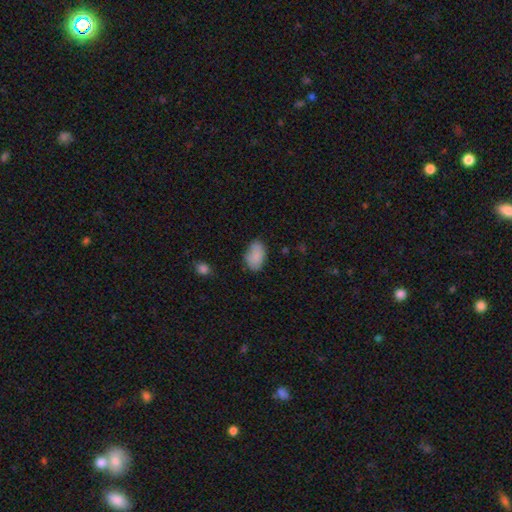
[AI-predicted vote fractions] This is clearly a smooth galaxy (87%). How rounded: clearly in between (91%). Merging: likely none (72%).